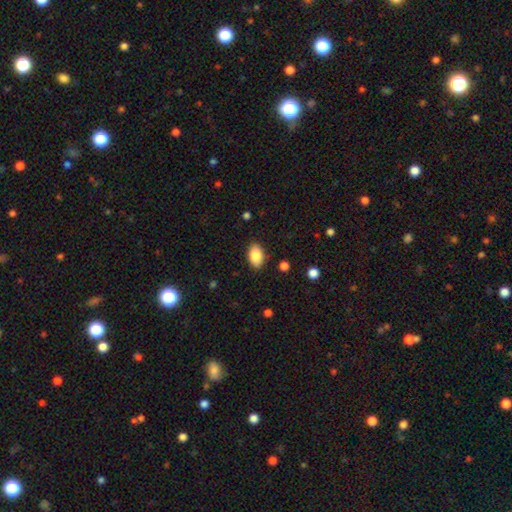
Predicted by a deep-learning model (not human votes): This is clearly a smooth galaxy (85%). How rounded: clearly in between (92%). Merging: clearly none (87%).